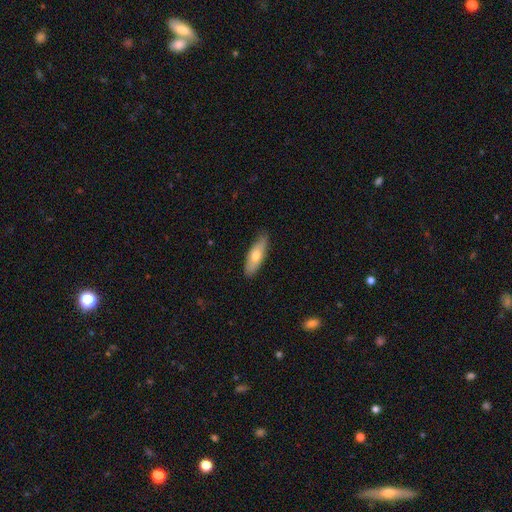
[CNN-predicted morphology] This is likely a smooth galaxy (64%). How rounded: possibly in between (56%). Merging: clearly none (85%).